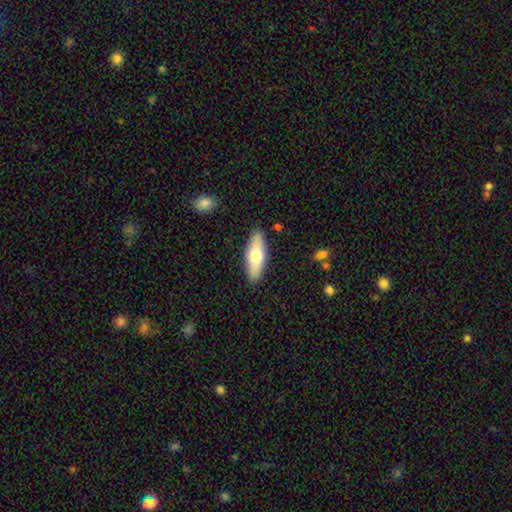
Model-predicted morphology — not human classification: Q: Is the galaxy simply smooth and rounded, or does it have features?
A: smooth — 64%.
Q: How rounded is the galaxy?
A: in between — 61%.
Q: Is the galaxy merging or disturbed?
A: none — 88%.